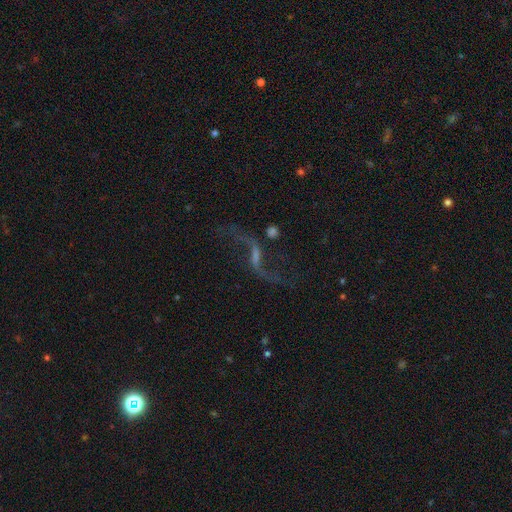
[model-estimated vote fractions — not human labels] The model was most divided on "bulge size": small: 43%, none: 36%, moderate: 17%, large: 3%, dominant: 1%. Remaining: spiral arms — yes (95%); spiral arm count — 2 (94%); spiral winding — loose (94%); edge-on disk — no (94%); smooth or featured — featured or disk (86%); merging — none (74%); bar — weak (47%).